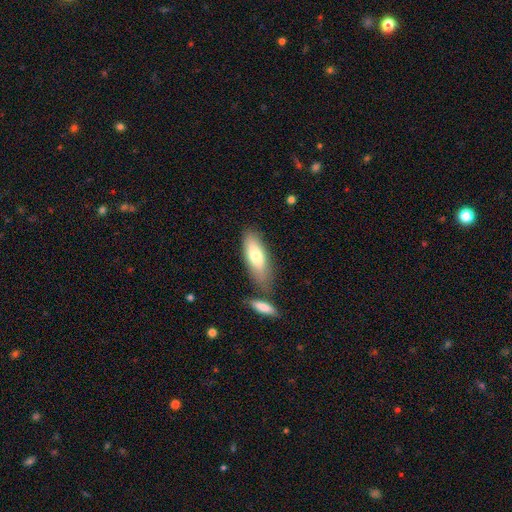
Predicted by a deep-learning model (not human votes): Smooth or featured?
  - smooth: 72% *
  - featured or disk: 23%
  - star or artifact: 6%
How rounded?
  - in between: 64% *
  - cigar-shaped: 34%
  - round: 2%
Merging?
  - none: 67% *
  - minor disturbance: 16%
  - merger: 13%
  - major disturbance: 4%